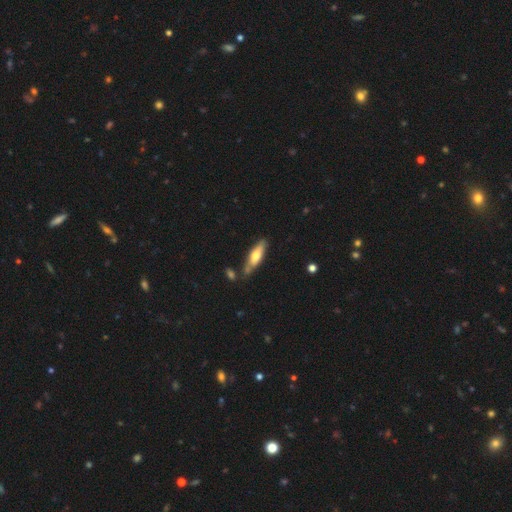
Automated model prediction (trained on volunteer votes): smooth_or_featured: smooth (p=0.59) [alt: featured or disk p=0.36]
how_rounded: cigar-shaped (p=0.58) [alt: in between p=0.40]
merging: none (p=0.70) [alt: minor disturbance p=0.17]